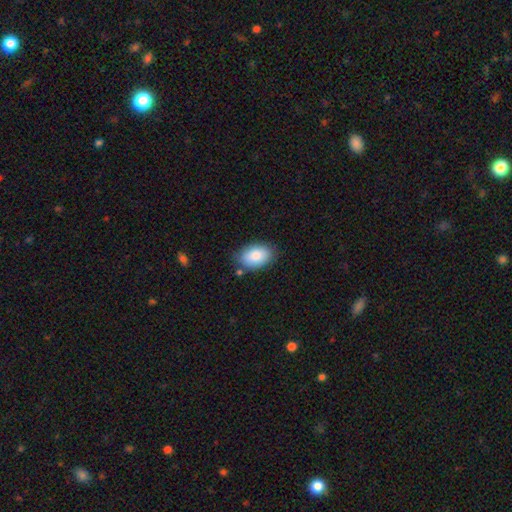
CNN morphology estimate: This is clearly a smooth galaxy (85%). How rounded: clearly in between (90%). Merging: likely none (79%).